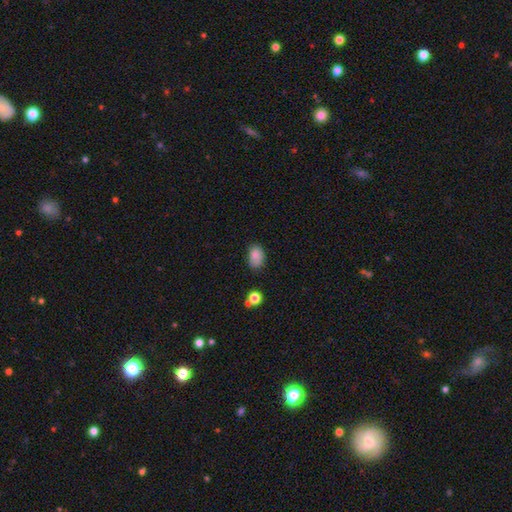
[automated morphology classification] Smooth or featured? Predicted: smooth (p=0.84). How rounded? Predicted: in between (p=0.82). Merging? Predicted: none (p=0.66).